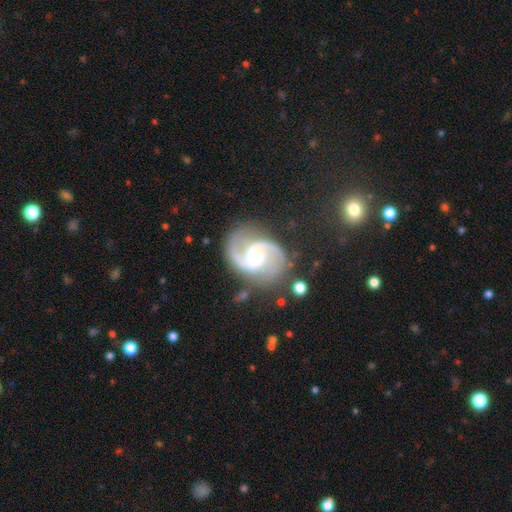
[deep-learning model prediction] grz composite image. It shows a featured or disk galaxy (92%) with no bar (45%), 2 (93%) medium (61%) spiral arms (98%) and a small central bulge (54%). Merging: none (75%).